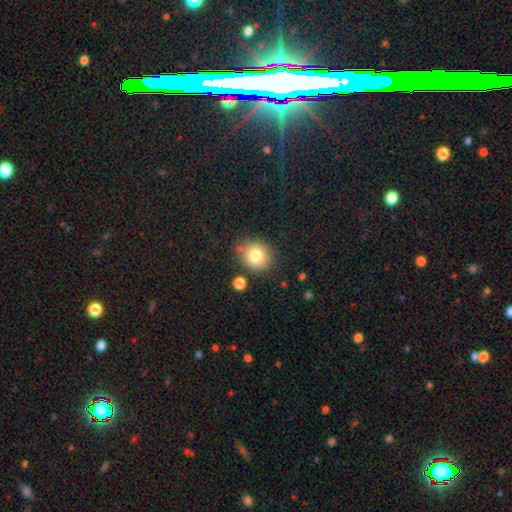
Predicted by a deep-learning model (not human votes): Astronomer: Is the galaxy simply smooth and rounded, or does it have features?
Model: smooth — 79%.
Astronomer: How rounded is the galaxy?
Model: round — 76%.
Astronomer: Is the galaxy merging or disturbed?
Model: none — 79%.